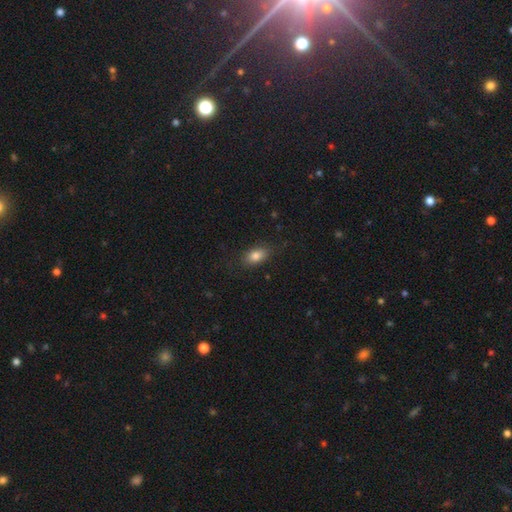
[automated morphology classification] type=smooth (83%); roundness=in between (88%); merging=none (82%).